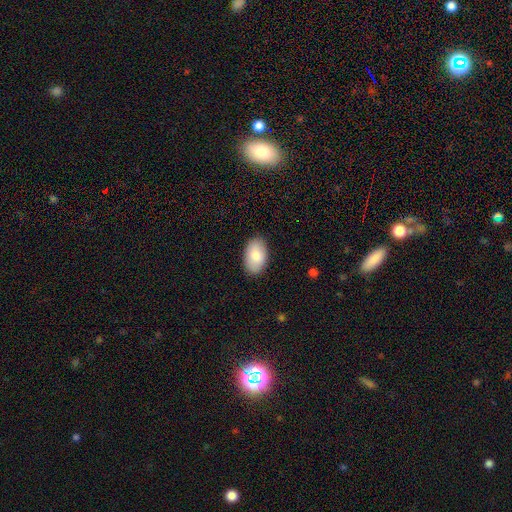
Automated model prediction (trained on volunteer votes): Overall: smooth (85%). How rounded: in between (94%). Merging: none (88%).